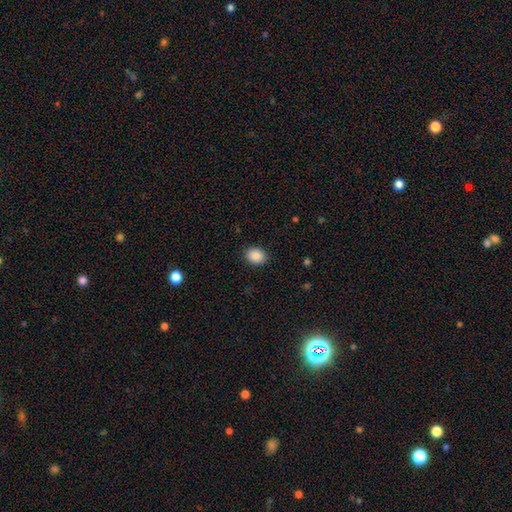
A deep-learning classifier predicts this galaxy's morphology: type=smooth (89%); roundness=in between (54%); merging=none (89%).